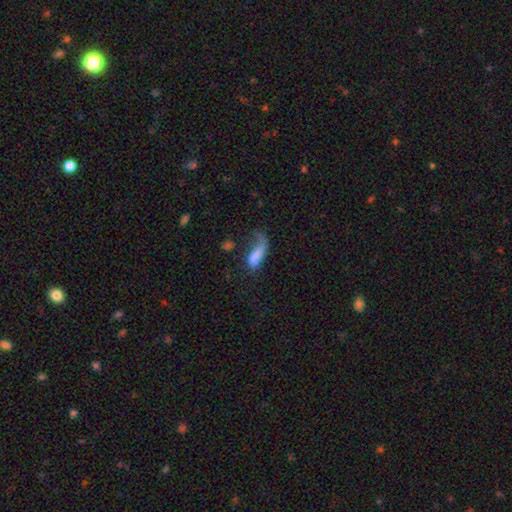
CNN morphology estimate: A smooth galaxy with no disk features (68%) that is in between round and cigar-shaped (65%). Merging: major disturbance (51%).